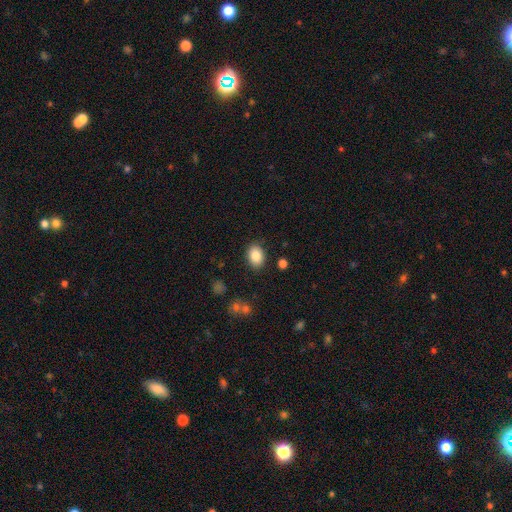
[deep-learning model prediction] A smooth galaxy with no disk features (85%) that is in between round and cigar-shaped (68%).

Vote fractions:
- Smooth or featured? smooth: 85% / star or artifact: 8% / featured or disk: 6%
- How rounded? in between: 68% / round: 31% / cigar-shaped: 1%
- Merging? none: 86% / minor disturbance: 10% / major disturbance: 3% / merger: 2%